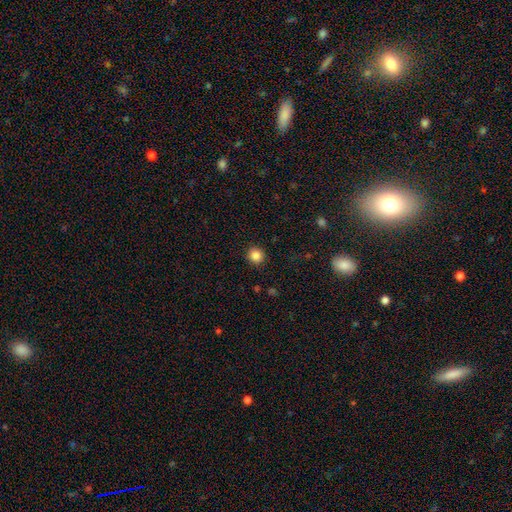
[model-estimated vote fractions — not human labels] Smooth or featured?
  - smooth: 85% *
  - star or artifact: 11%
  - featured or disk: 4%
How rounded?
  - round: 91% *
  - in between: 8%
  - cigar-shaped: 1%
Merging?
  - none: 92% *
  - minor disturbance: 5%
  - major disturbance: 2%
  - merger: 1%